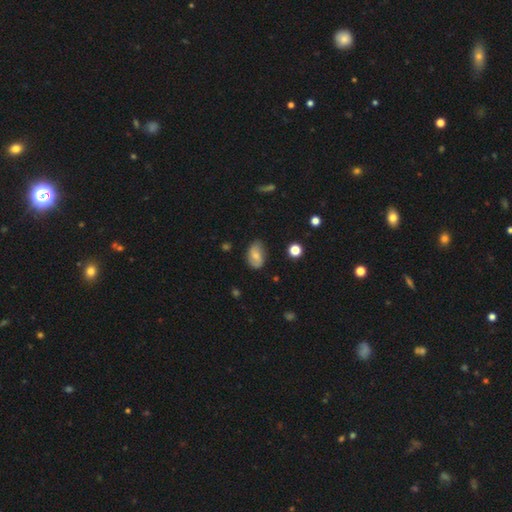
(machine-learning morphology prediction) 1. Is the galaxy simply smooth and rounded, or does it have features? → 58% smooth, 33% featured or disk, 9% star or artifact.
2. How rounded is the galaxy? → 86% in between, 12% round, 2% cigar-shaped.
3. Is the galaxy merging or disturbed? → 70% none, 23% minor disturbance, 5% major disturbance, 2% merger.